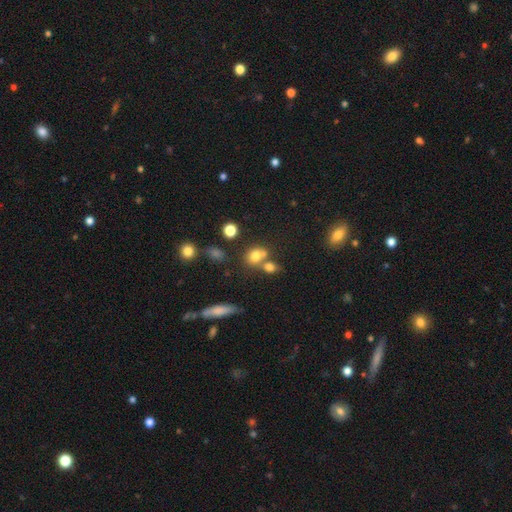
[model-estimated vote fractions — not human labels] Q: Smooth or featured?
A: smooth (73%); runner-up: star or artifact (14%)
Q: How rounded?
A: round (58%); runner-up: in between (40%)
Q: Merging?
A: none (44%); runner-up: merger (40%)